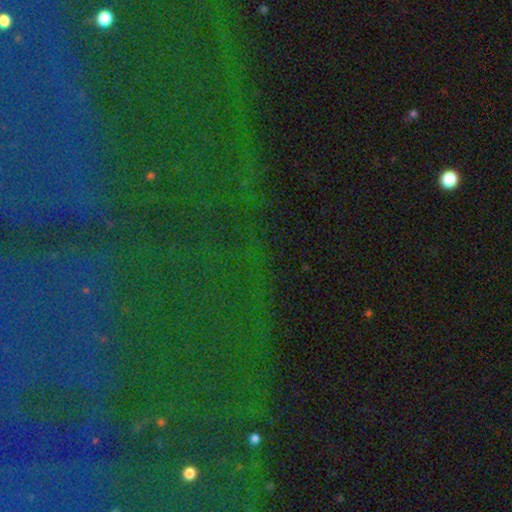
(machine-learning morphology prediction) smooth-or-featured: star or artifact: 82% | featured or disk: 9% | smooth: 9%